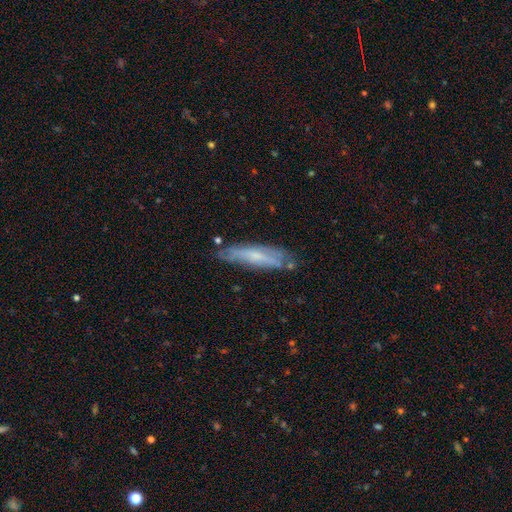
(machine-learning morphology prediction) This is possibly a featured or disk galaxy (51%). It is possibly viewed edge-on (56%). Merging: likely none (71%).